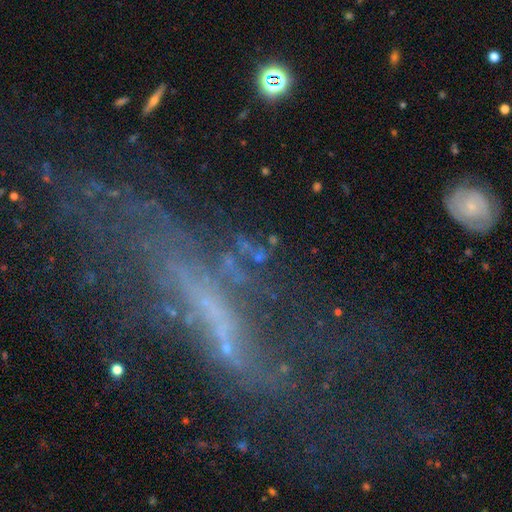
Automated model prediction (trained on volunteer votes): This is possibly a featured or disk galaxy (46%). Merging: possibly none (57%).